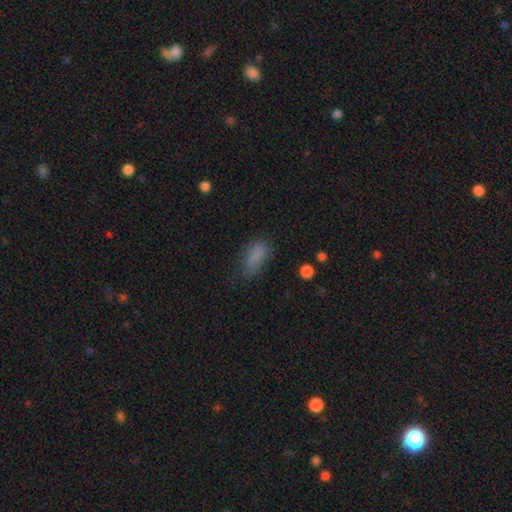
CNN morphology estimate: smooth 78%, star or artifact 13%, featured or disk 10%. Down the decision tree: how rounded — in between (77%); merging — none (56%).